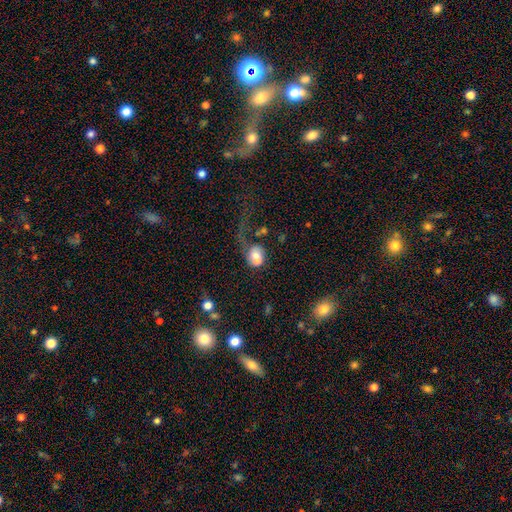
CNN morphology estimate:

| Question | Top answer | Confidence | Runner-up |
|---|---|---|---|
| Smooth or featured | smooth | 61% | featured or disk (29%) |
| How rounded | in between | 54% | round (45%) |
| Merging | merger | 43% | major disturbance (31%) |